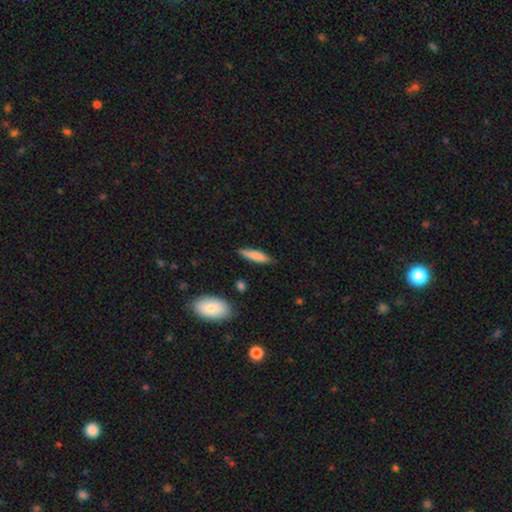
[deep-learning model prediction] This is likely a smooth galaxy (80%). How rounded: likely cigar-shaped (71%). Merging: clearly none (80%).